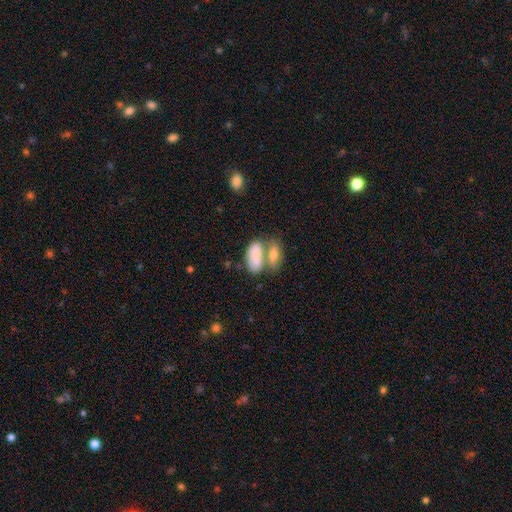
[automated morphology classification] A smooth galaxy with no disk features (74%) that is in between round and cigar-shaped (90%). Merging: merger (61%).